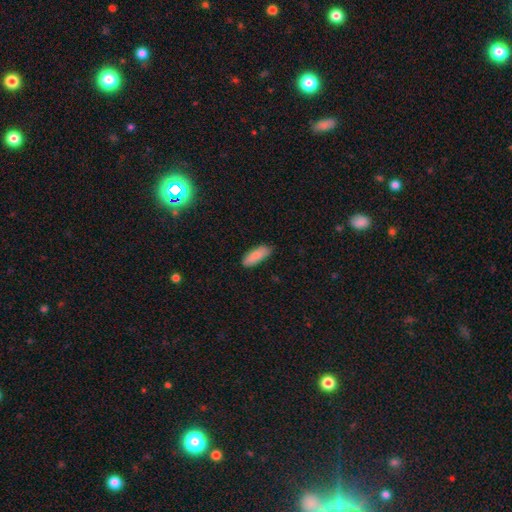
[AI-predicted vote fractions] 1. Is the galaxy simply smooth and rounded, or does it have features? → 87% smooth, 7% featured or disk, 6% star or artifact.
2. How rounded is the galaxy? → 70% in between, 29% cigar-shaped, 2% round.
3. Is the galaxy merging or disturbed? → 82% none, 15% minor disturbance, 2% major disturbance, 1% merger.